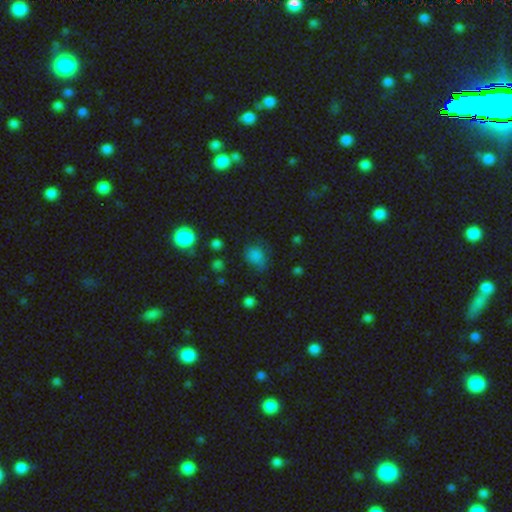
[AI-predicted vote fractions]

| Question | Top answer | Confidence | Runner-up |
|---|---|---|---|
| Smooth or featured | smooth | 76% | star or artifact (18%) |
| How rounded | round | 51% | in between (47%) |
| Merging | none | 57% | minor disturbance (28%) |